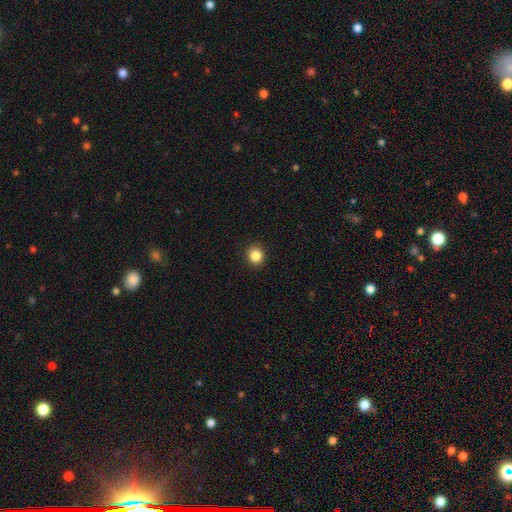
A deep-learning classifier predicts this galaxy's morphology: type=smooth (86%); roundness=round (87%); merging=none (92%).